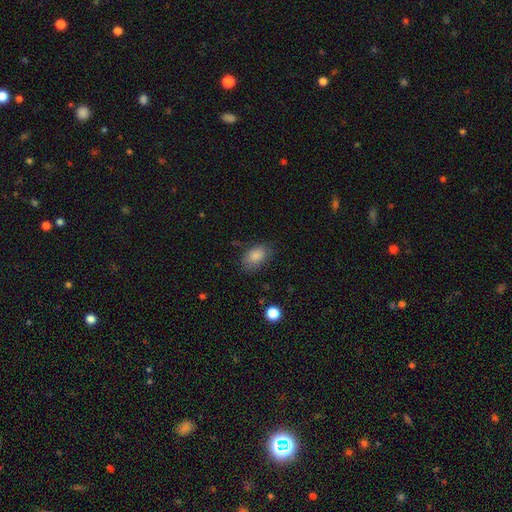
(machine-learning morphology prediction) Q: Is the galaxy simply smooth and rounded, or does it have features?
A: smooth — 85%.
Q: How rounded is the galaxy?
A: in between — 87%.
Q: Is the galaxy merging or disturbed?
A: none — 72%.